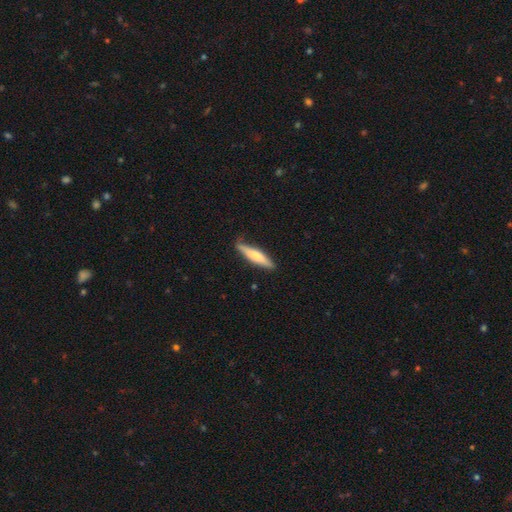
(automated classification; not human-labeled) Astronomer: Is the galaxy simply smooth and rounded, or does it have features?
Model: smooth — 61%.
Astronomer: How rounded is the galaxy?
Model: cigar-shaped — 84%.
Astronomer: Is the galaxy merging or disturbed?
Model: none — 77%.